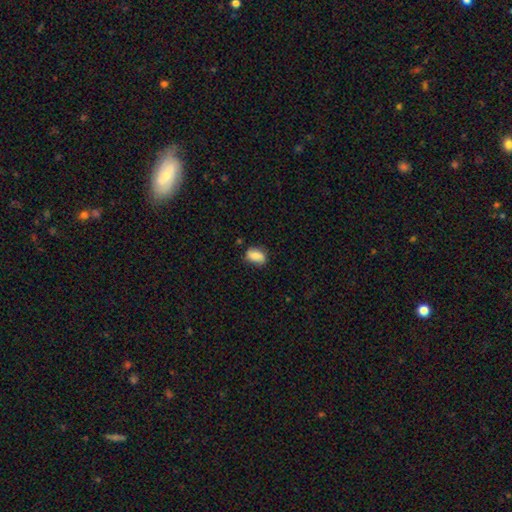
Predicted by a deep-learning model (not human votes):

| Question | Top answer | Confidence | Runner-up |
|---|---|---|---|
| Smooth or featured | smooth | 76% | featured or disk (16%) |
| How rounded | in between | 82% | round (16%) |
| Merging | none | 72% | minor disturbance (22%) |